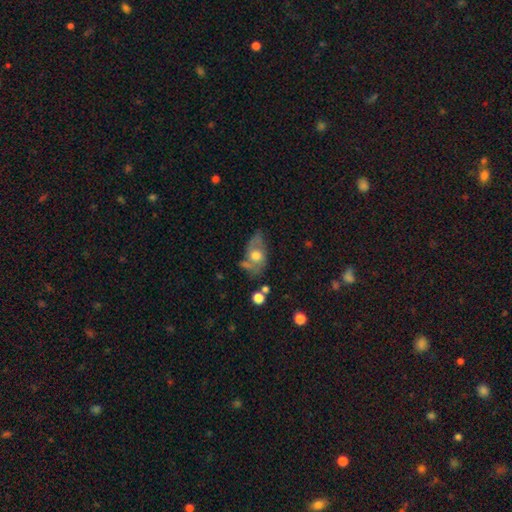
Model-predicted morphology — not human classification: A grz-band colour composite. It shows a smooth galaxy with no disk features (48%). Merging: none (39%).